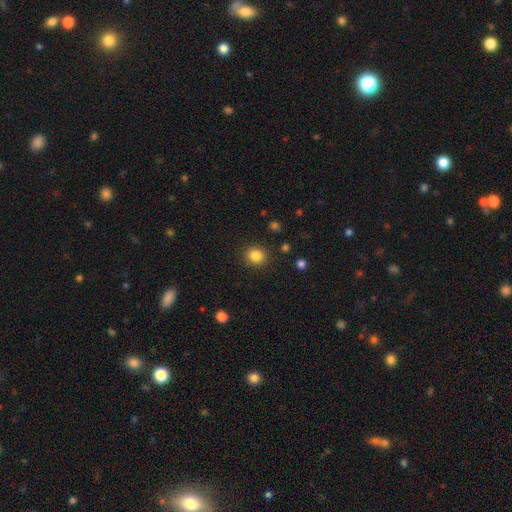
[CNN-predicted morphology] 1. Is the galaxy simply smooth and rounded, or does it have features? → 84% smooth, 11% star or artifact, 5% featured or disk.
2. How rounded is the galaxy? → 79% round, 20% in between, 1% cigar-shaped.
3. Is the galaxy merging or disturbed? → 89% none, 7% minor disturbance, 3% major disturbance, 1% merger.